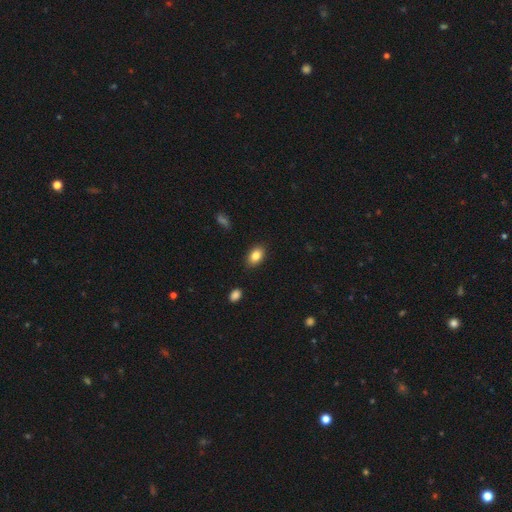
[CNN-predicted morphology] Smooth or featured? smooth (84%)
How rounded? in between (87%)
Merging? none (87%)